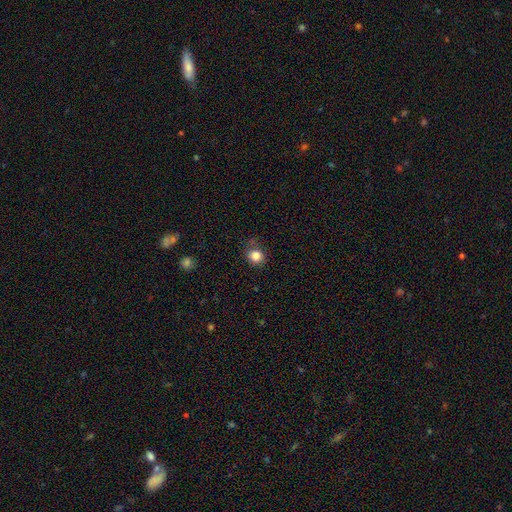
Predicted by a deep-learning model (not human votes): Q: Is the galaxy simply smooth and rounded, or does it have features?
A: smooth — 84%.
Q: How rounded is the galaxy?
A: round — 82%.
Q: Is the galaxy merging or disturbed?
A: none — 77%.